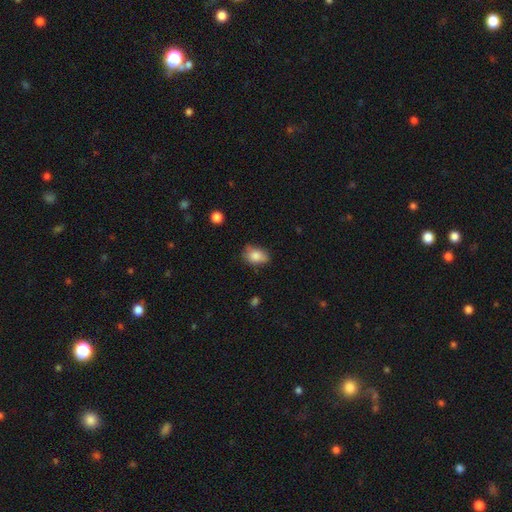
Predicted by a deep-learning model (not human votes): A smooth galaxy with no disk features (83%) that is in between round and cigar-shaped (81%).

Vote fractions:
- Smooth or featured? smooth: 83% / featured or disk: 9% / star or artifact: 8%
- How rounded? in between: 81% / round: 18% / cigar-shaped: 2%
- Merging? none: 63% / minor disturbance: 29% / major disturbance: 6% / merger: 2%